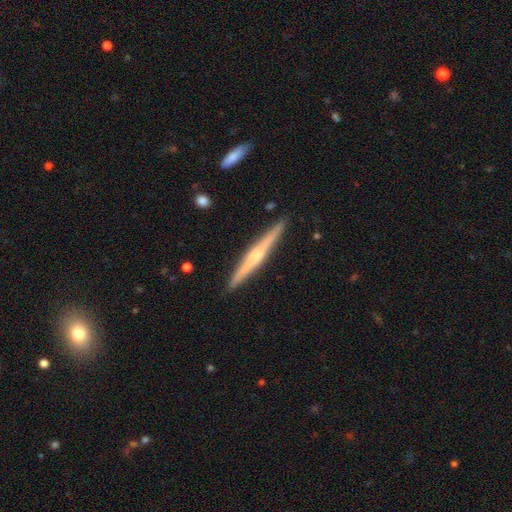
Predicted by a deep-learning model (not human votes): Q: Smooth or featured?
A: featured or disk (66%); runner-up: smooth (28%)
Q: Edge-on disk?
A: yes (98%); runner-up: no (2%)
Q: Edge-on bulge?
A: rounded (72%); runner-up: none (18%)
Q: Merging?
A: none (91%); runner-up: minor disturbance (6%)